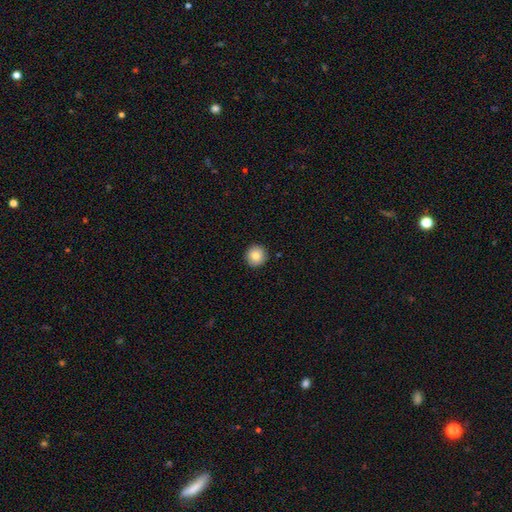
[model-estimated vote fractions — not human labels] smooth-or-featured: smooth: 84% | star or artifact: 9% | featured or disk: 7%
  how-rounded: round: 95% | in between: 4% | cigar-shaped: 1%
  merging: none: 92% | minor disturbance: 6% | major disturbance: 2% | merger: 1%